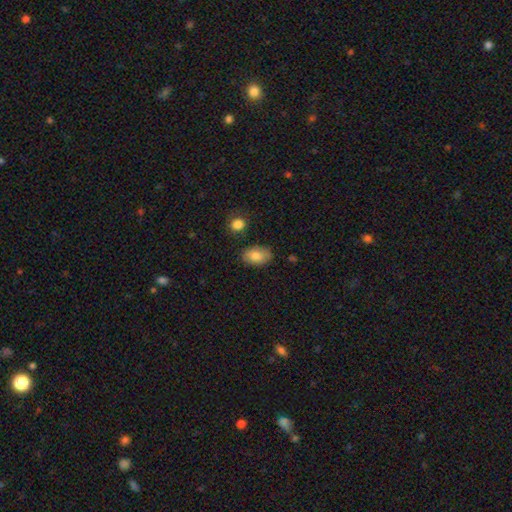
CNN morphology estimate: A smooth galaxy with no disk features (82%) that is in between round and cigar-shaped (86%).

Vote fractions:
- Smooth or featured? smooth: 82% / featured or disk: 10% / star or artifact: 8%
- How rounded? in between: 86% / round: 12% / cigar-shaped: 1%
- Merging? none: 79% / minor disturbance: 15% / major disturbance: 3% / merger: 3%